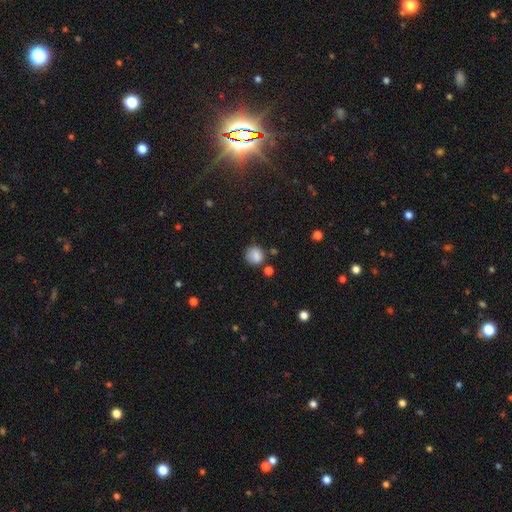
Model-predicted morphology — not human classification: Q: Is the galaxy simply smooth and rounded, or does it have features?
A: smooth — 83%.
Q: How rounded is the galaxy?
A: round — 83%.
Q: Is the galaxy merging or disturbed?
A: none — 72%.